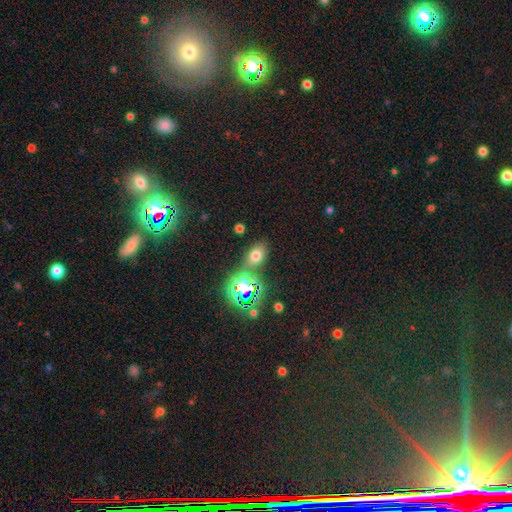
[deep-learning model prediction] Smooth or featured?
  - smooth: 62% *
  - star or artifact: 29%
  - featured or disk: 9%
How rounded?
  - in between: 74% *
  - round: 24%
  - cigar-shaped: 2%
Merging?
  - none: 73% *
  - minor disturbance: 12%
  - merger: 11%
  - major disturbance: 4%